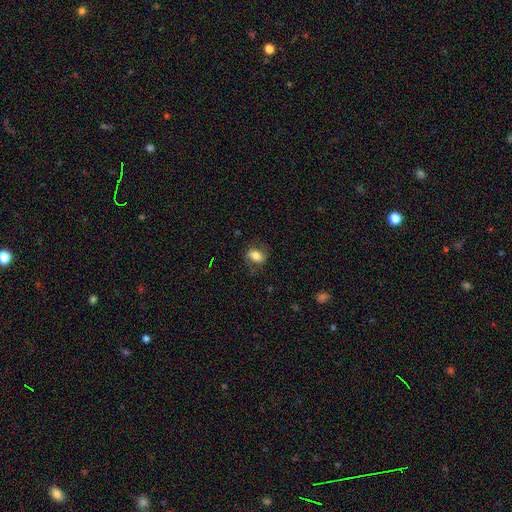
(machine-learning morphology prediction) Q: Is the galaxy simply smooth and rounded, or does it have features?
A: smooth — 70%.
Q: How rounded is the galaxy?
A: in between — 77%.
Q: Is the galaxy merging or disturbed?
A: none — 72%.